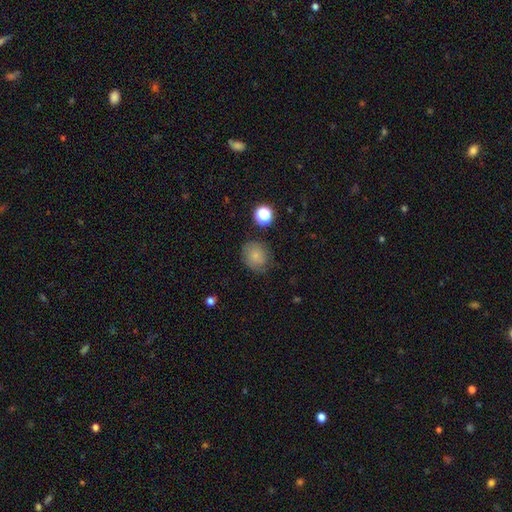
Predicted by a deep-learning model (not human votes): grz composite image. It shows a smooth galaxy with no disk features (78%) that is round (71%). Merging: none (75%).